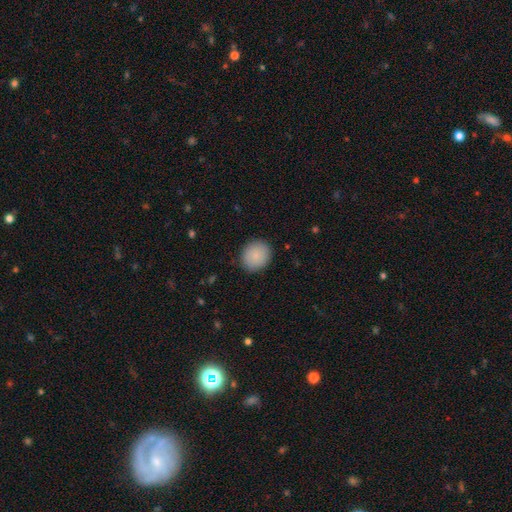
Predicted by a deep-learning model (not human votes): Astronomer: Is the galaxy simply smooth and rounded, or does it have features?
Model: smooth — 87%.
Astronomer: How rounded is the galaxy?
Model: round — 78%.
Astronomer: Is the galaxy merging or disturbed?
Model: none — 88%.